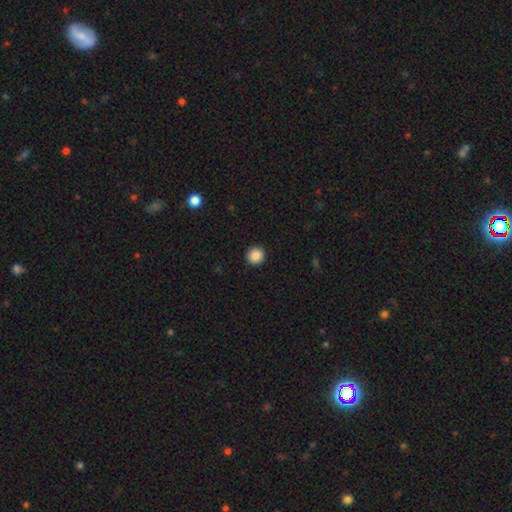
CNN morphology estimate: Q: Smooth or featured?
A: smooth (88%); runner-up: star or artifact (9%)
Q: How rounded?
A: round (94%); runner-up: in between (5%)
Q: Merging?
A: none (93%); runner-up: minor disturbance (4%)